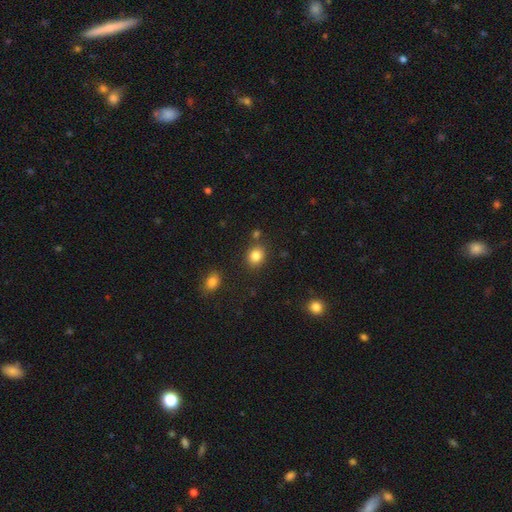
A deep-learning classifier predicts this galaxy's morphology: smooth_or_featured: smooth (p=0.84) [alt: star or artifact p=0.11]
how_rounded: round (p=0.65) [alt: in between p=0.35]
merging: none (p=0.82) [alt: minor disturbance p=0.10]